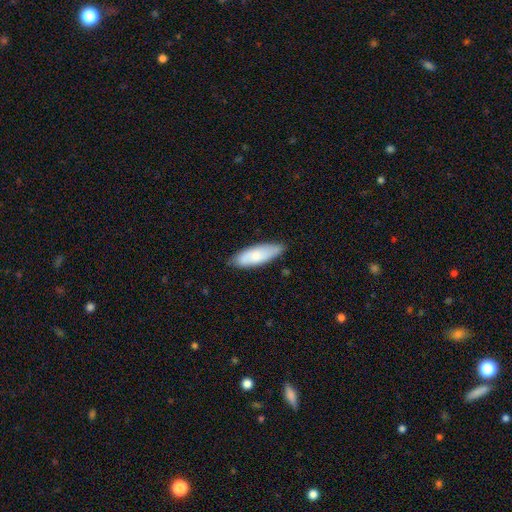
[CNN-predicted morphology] Q: Smooth or featured?
A: smooth (77%); runner-up: featured or disk (17%)
Q: How rounded?
A: in between (64%); runner-up: cigar-shaped (34%)
Q: Merging?
A: none (79%); runner-up: minor disturbance (17%)